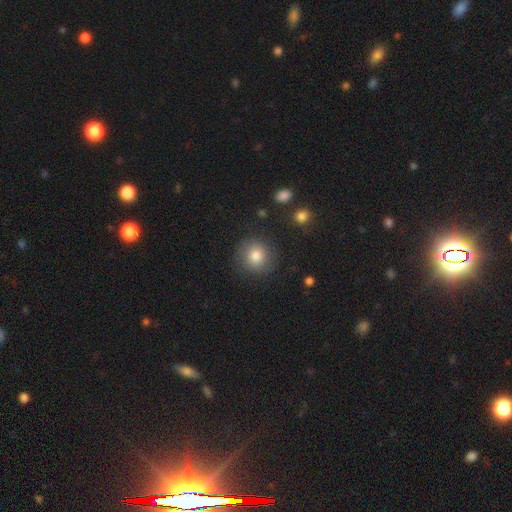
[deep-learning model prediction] Smooth or featured? smooth (80%)
How rounded? round (91%)
Merging? none (85%)